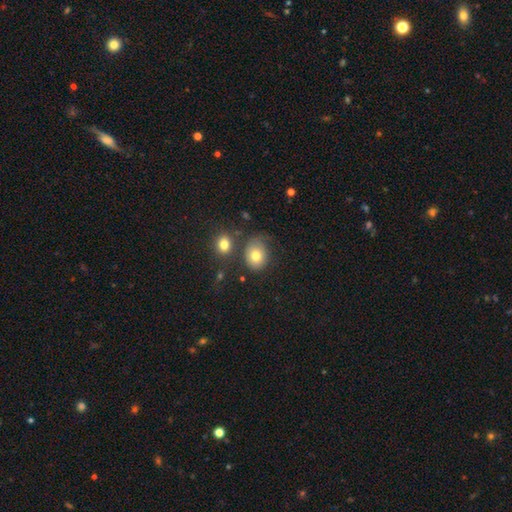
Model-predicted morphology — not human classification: Overall: smooth (78%). How rounded: in between (53%; round 46%). Merging: none (60%; minor disturbance 22%).